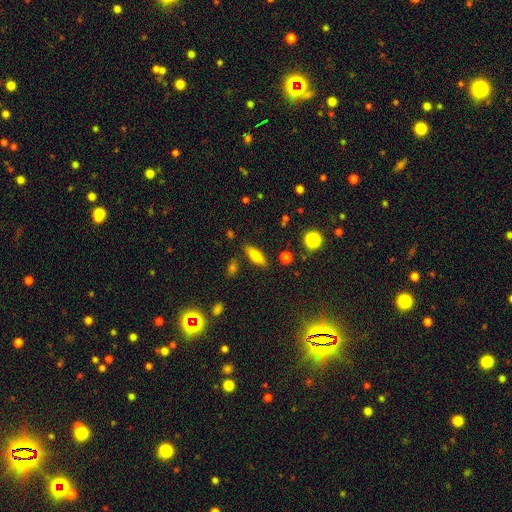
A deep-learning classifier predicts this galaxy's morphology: This is likely a smooth galaxy (67%). How rounded: likely in between (61%). Merging: clearly none (83%).